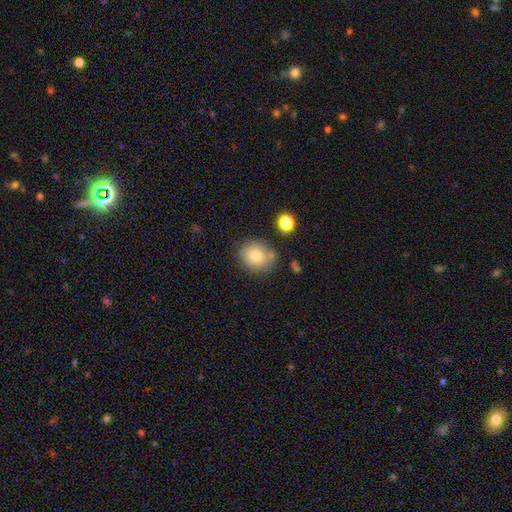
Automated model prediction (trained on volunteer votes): Smooth or featured? smooth (76%)
How rounded? round (76%)
Merging? none (70%)